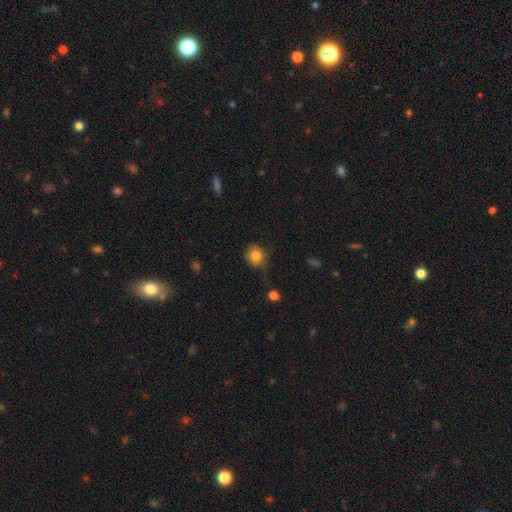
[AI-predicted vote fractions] Q: Smooth or featured?
A: smooth (84%); runner-up: star or artifact (10%)
Q: How rounded?
A: round (78%); runner-up: in between (21%)
Q: Merging?
A: none (70%); runner-up: minor disturbance (22%)